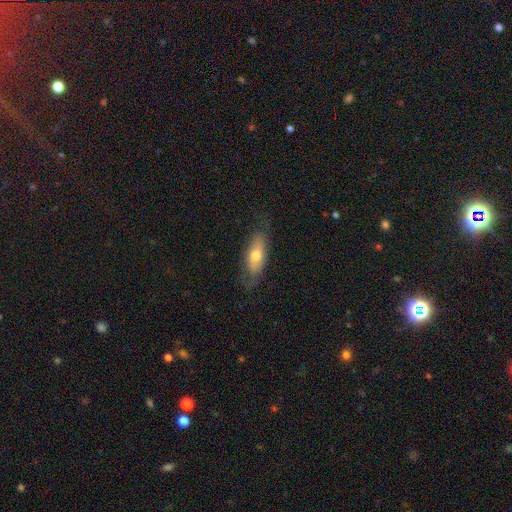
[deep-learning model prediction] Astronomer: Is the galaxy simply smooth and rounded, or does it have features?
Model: smooth — 62%.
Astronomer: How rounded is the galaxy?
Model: in between — 69%.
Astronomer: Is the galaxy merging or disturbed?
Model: none — 72%.